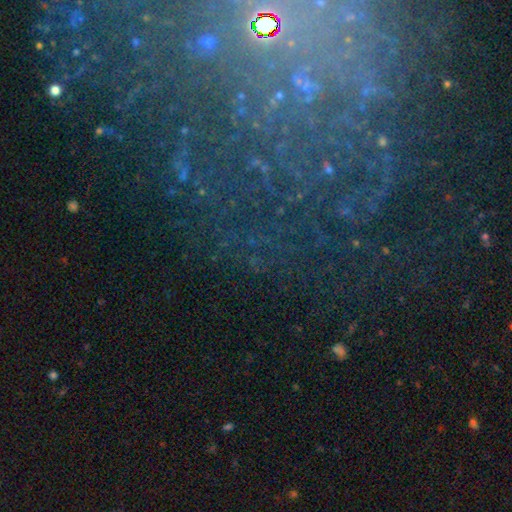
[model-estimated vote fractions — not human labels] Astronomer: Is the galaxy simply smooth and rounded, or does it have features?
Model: star or artifact — 45% (runner-up: featured or disk, 42%).